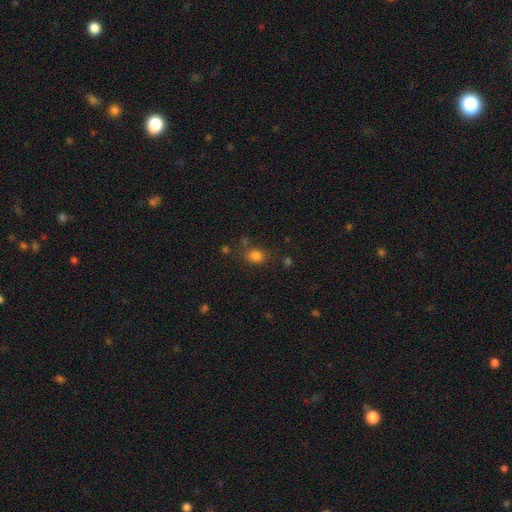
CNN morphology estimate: Smooth or featured? smooth (80%)
How rounded? round (57%)
Merging? none (69%)